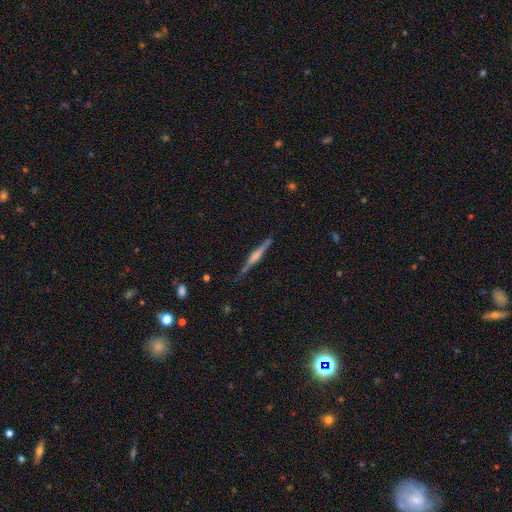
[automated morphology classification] A featured or disk galaxy (65%) viewed edge-on (97%) with a rounded central bulge (48%).

Vote fractions:
- Smooth or featured? featured or disk: 65% / smooth: 29% / star or artifact: 6%
- Edge-on disk? yes: 97% / no: 3%
- Edge-on bulge? rounded: 48% / boxy: 35% / none: 17%
- Merging? none: 79% / minor disturbance: 16% / major disturbance: 4% / merger: 2%